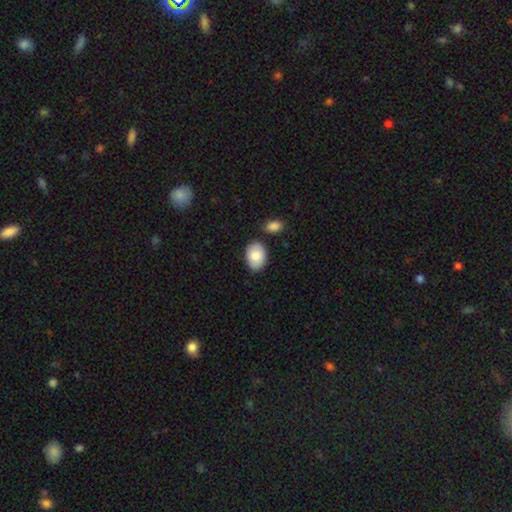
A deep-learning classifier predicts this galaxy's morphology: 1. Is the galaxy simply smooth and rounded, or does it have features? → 82% smooth, 13% featured or disk, 6% star or artifact.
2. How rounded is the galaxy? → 87% in between, 12% round, 1% cigar-shaped.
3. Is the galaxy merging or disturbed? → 80% none, 12% minor disturbance, 6% merger, 2% major disturbance.